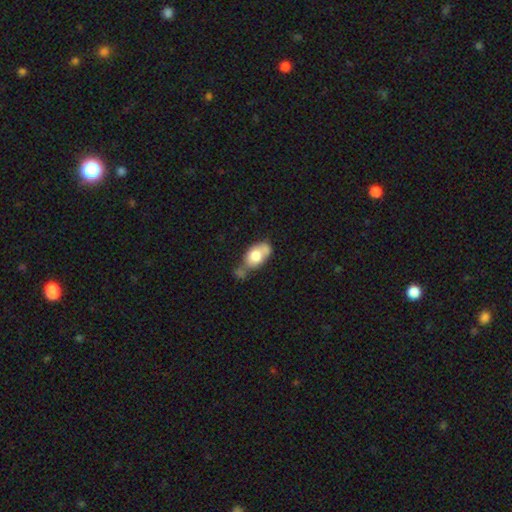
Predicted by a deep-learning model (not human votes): Smooth or featured: smooth — 71% (featured or disk — 22%)
How rounded: in between — 86% (round — 11%)
Merging: merger — 35% (none — 29%)